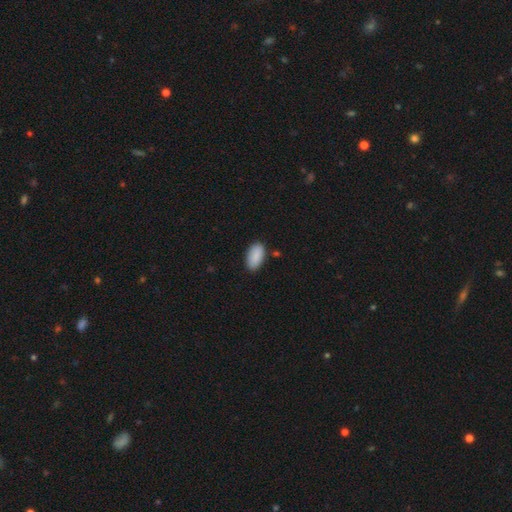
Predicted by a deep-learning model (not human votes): Smooth or featured? Predicted: smooth (p=0.89). How rounded? Predicted: in between (p=0.94). Merging? Predicted: none (p=0.84).